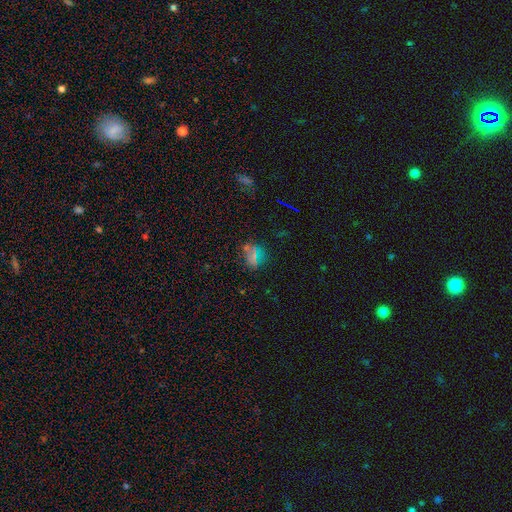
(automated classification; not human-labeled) Smooth or featured: smooth — 49% (star or artifact — 39%)
Merging: none — 74% (minor disturbance — 15%)